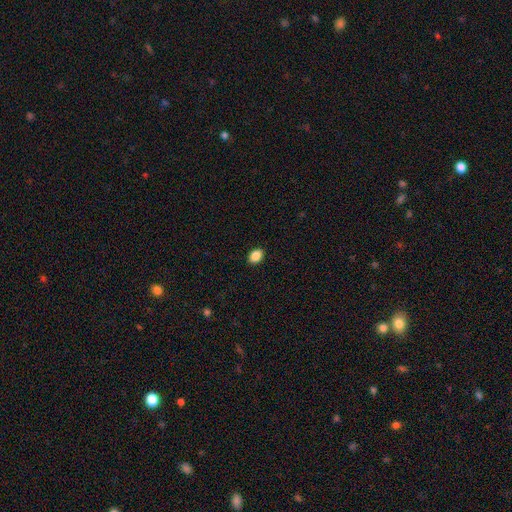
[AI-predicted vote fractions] Smooth or featured? Predicted: smooth (p=0.88). How rounded? Predicted: in between (p=0.75). Merging? Predicted: none (p=0.90).